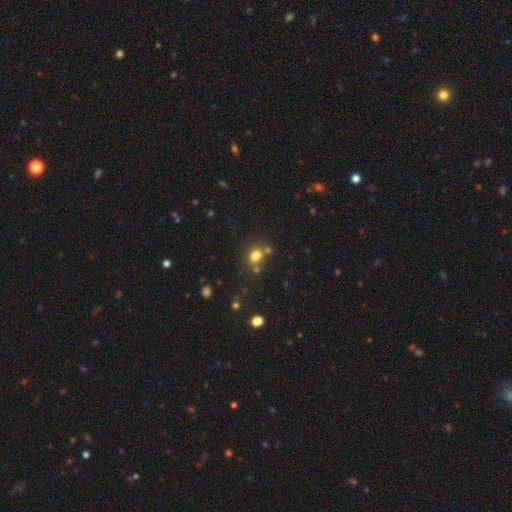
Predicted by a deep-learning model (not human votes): smooth 77%, star or artifact 15%, featured or disk 8%. Down the decision tree: how rounded — in between (57%); merging — none (56%).